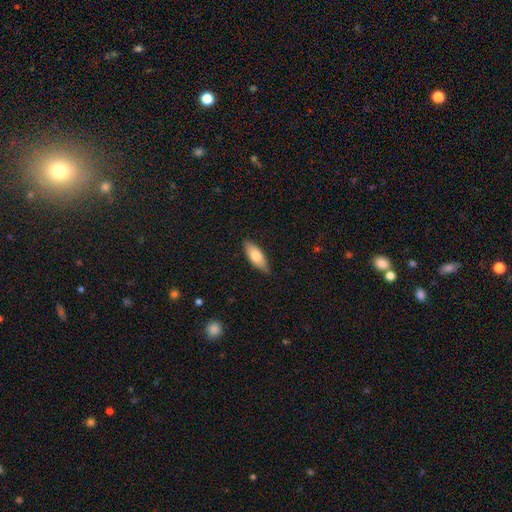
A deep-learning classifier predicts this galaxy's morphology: Smooth or featured? smooth (76%)
How rounded? in between (77%)
Merging? none (82%)